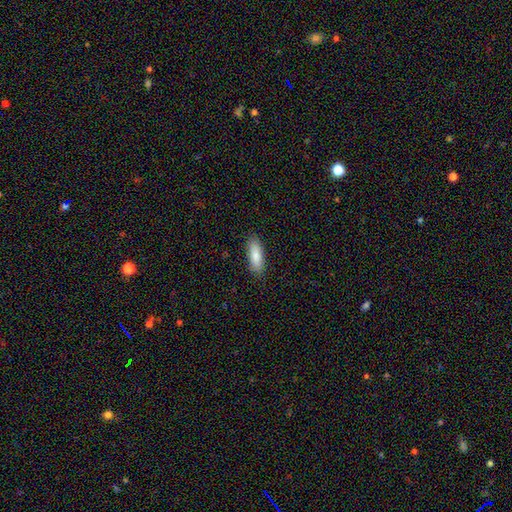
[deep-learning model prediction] smooth_or_featured: smooth (p=0.84) [alt: featured or disk p=0.10]
how_rounded: in between (p=0.61) [alt: cigar-shaped p=0.37]
merging: none (p=0.88) [alt: minor disturbance p=0.09]